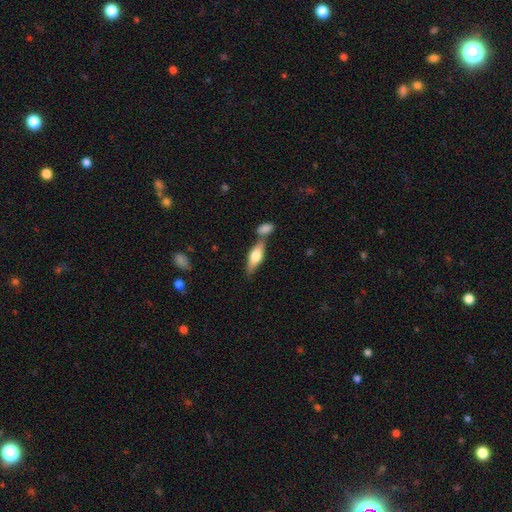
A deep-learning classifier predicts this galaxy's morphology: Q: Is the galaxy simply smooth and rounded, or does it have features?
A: smooth — 53%.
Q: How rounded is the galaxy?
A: in between — 53%.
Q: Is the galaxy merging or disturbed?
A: none — 58%.